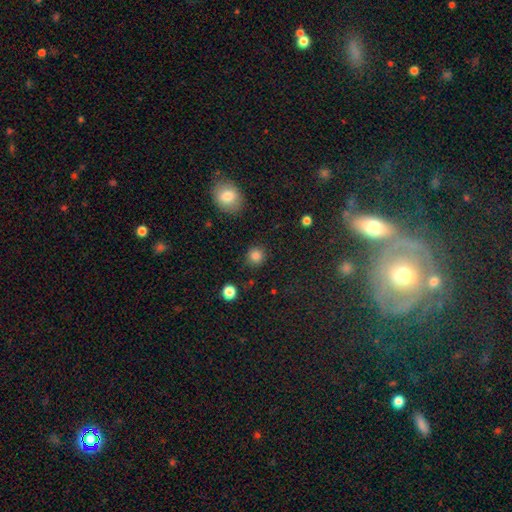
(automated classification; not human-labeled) smooth_or_featured: smooth (p=0.84) [alt: star or artifact p=0.12]
how_rounded: round (p=0.92) [alt: in between p=0.07]
merging: none (p=0.89) [alt: minor disturbance p=0.07]